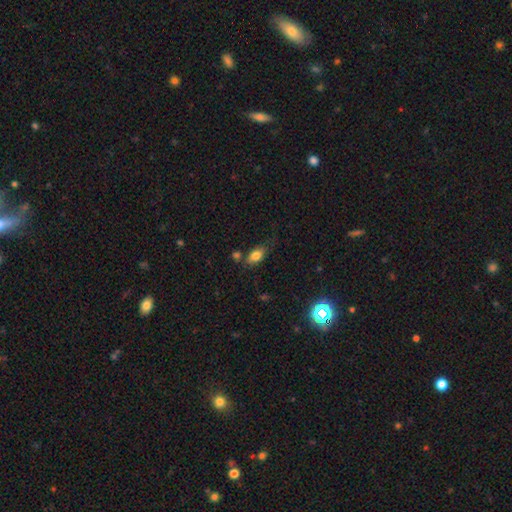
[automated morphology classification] A smooth galaxy with no disk features (80%) that is in between round and cigar-shaped (85%). Merging: none (61%).